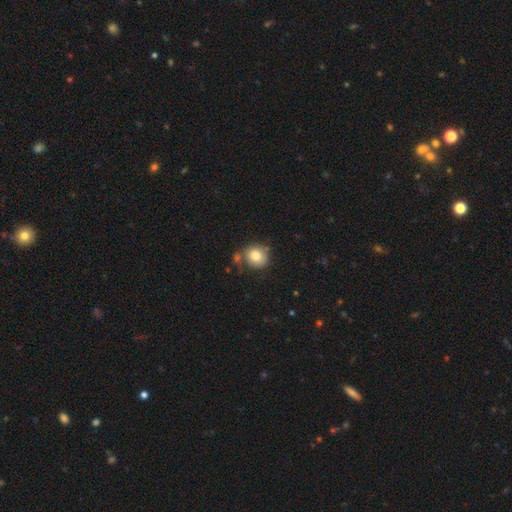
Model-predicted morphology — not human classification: Overall: smooth (81%). How rounded: round (78%). Merging: none (63%).